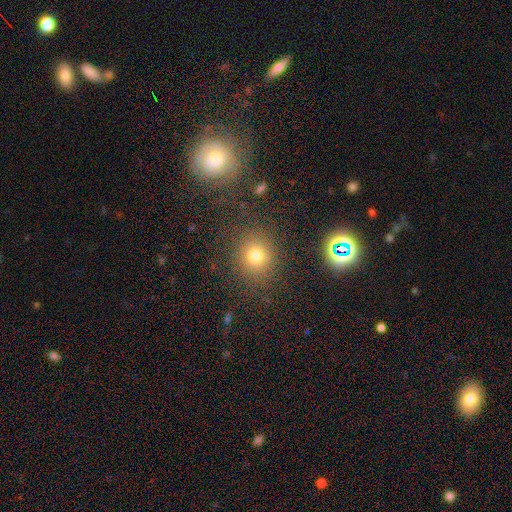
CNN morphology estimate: A smooth galaxy with no disk features (73%) that is round (84%). Merging: none (83%).